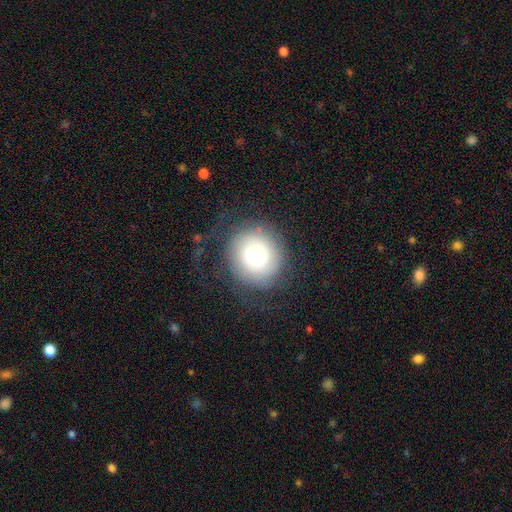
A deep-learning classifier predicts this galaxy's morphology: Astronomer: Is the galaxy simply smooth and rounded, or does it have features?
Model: smooth — 52% (runner-up: featured or disk, 39%).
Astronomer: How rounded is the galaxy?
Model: round — 87%.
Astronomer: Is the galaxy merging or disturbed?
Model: none — 68%.